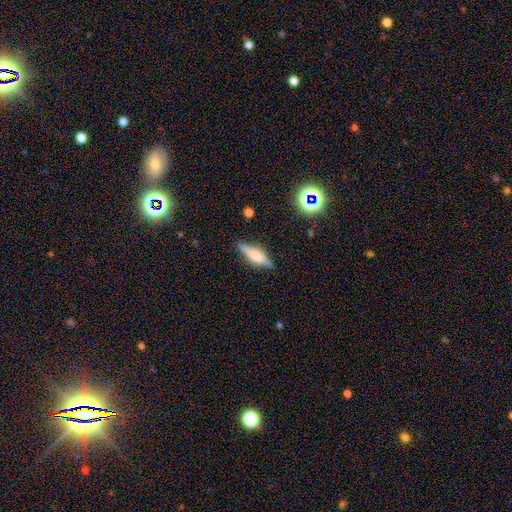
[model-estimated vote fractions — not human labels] smooth-or-featured: smooth: 47% | featured or disk: 45% | star or artifact: 9%
  merging: none: 82% | minor disturbance: 13% | major disturbance: 3% | merger: 2%